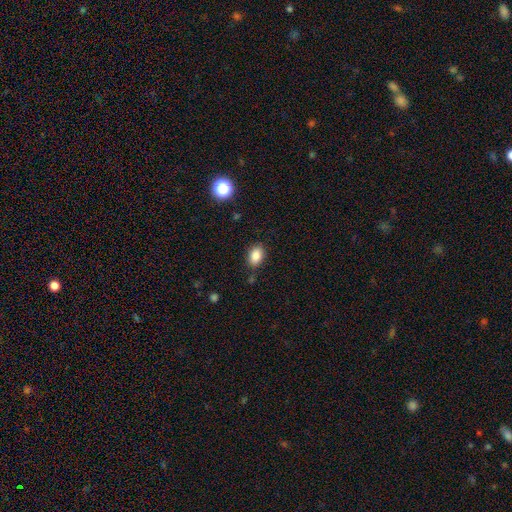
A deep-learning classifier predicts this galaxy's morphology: Smooth or featured: smooth — 86% (star or artifact — 9%)
How rounded: in between — 82% (round — 17%)
Merging: none — 82% (minor disturbance — 13%)